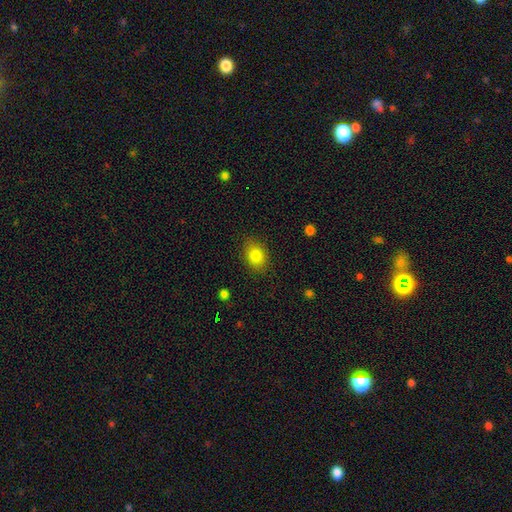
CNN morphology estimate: type=smooth (82%); roundness=in between (63%); merging=none (85%).